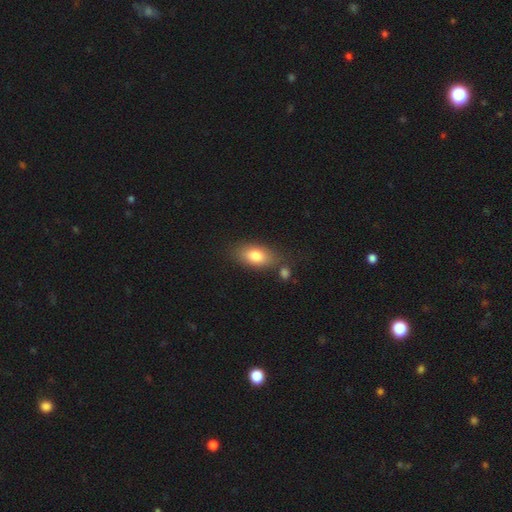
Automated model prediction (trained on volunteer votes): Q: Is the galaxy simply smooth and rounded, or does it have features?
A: smooth — 79%.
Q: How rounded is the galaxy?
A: in between — 87%.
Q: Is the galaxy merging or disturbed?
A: none — 70%.